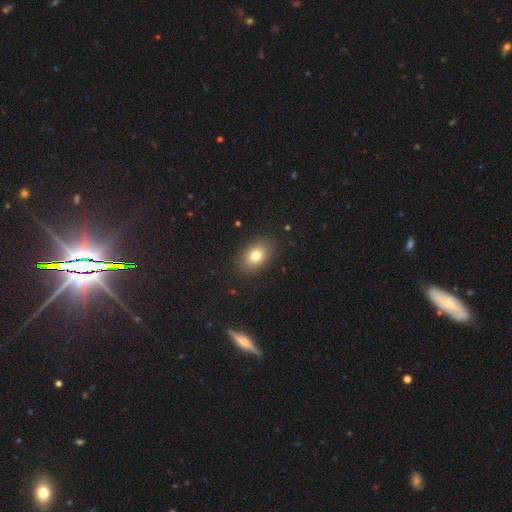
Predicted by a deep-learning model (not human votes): Overall: smooth (79%). How rounded: in between (75%). Merging: none (88%).